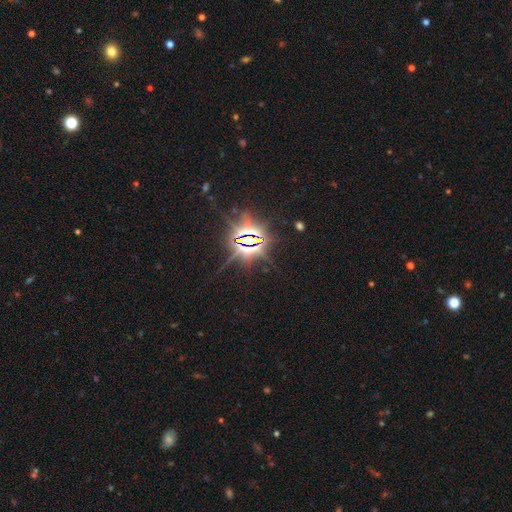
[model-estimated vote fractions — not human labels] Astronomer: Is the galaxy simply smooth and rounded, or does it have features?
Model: star or artifact — 86%.